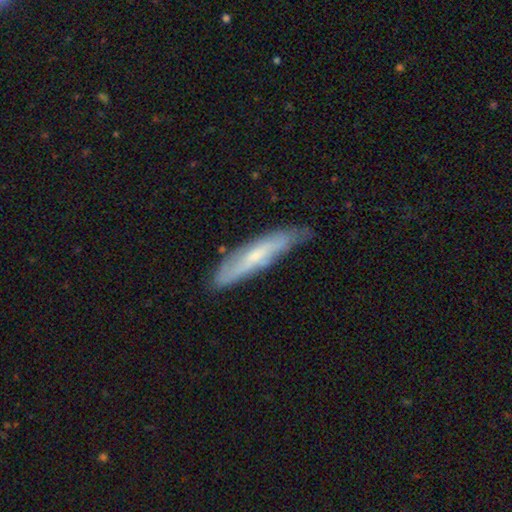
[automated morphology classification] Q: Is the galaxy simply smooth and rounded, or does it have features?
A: featured or disk — 52%.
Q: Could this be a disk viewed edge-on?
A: yes — 57%.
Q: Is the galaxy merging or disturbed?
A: none — 70%.